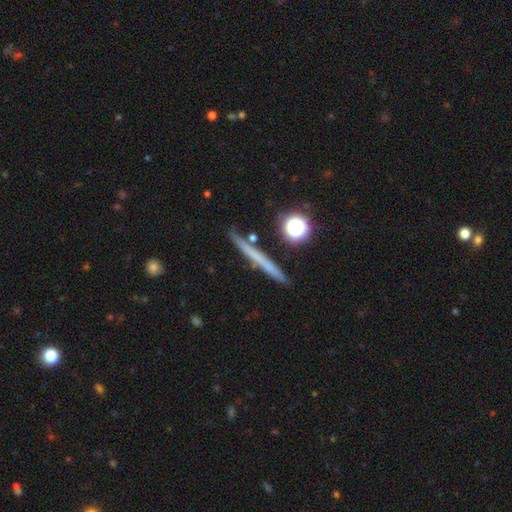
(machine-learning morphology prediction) Q: Smooth or featured?
A: smooth (49%); runner-up: featured or disk (40%)
Q: Merging?
A: none (85%); runner-up: minor disturbance (9%)